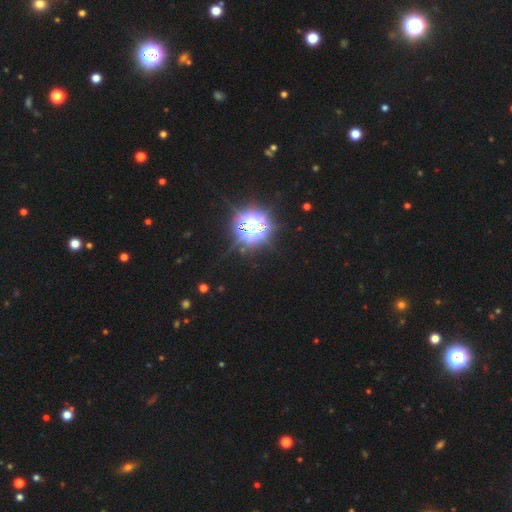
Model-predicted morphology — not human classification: Smooth or featured? Predicted: star or artifact (p=0.81).